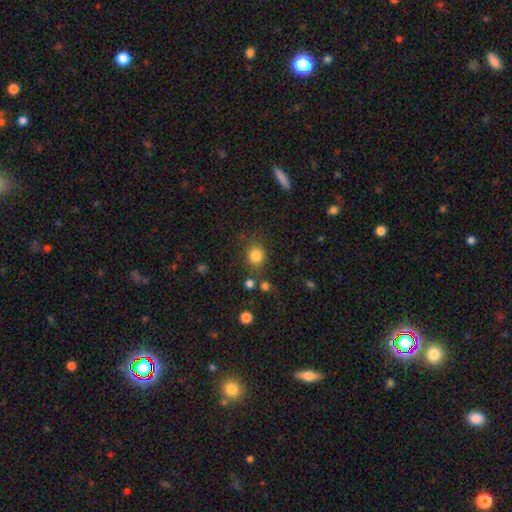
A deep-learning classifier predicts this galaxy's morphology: Smooth or featured?
  - smooth: 82% *
  - star or artifact: 12%
  - featured or disk: 6%
How rounded?
  - round: 77% *
  - in between: 22%
  - cigar-shaped: 1%
Merging?
  - none: 76% *
  - minor disturbance: 12%
  - merger: 6%
  - major disturbance: 5%